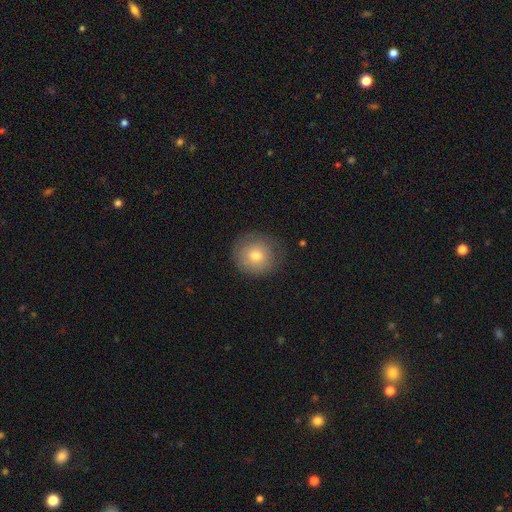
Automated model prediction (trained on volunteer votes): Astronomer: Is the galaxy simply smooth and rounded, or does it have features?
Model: smooth — 69%.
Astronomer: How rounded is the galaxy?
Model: round — 90%.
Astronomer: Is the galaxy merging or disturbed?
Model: none — 79%.